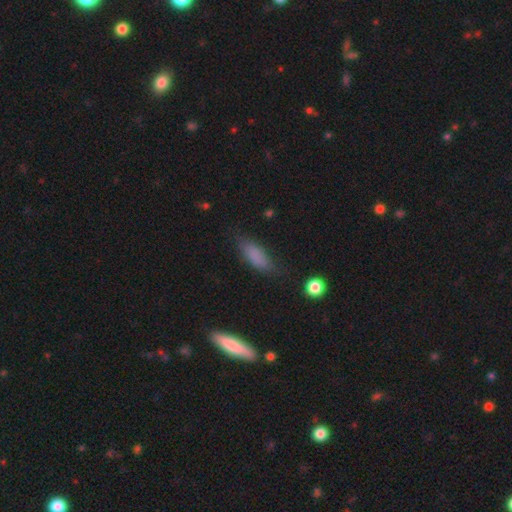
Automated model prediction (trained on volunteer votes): Smooth or featured? smooth (81%)
How rounded? in between (66%)
Merging? none (71%)